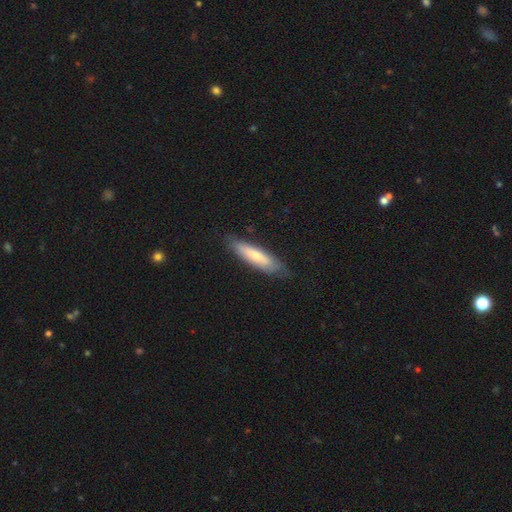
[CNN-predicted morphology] smooth 64%, featured or disk 30%, star or artifact 6%. Down the decision tree: how rounded — cigar-shaped (69%); merging — none (80%).